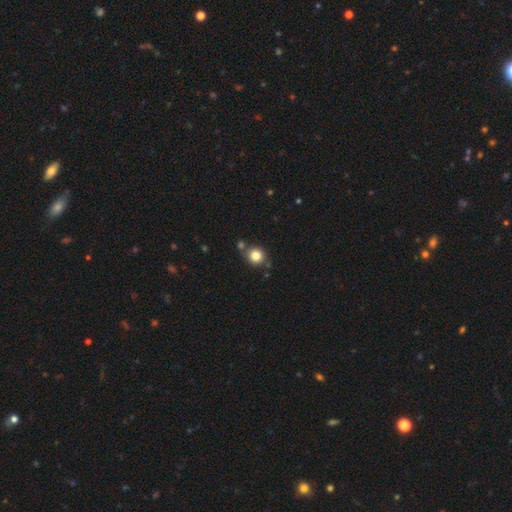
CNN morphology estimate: Smooth or featured: smooth — 82% (star or artifact — 11%)
How rounded: round — 86% (in between — 14%)
Merging: none — 72% (merger — 14%)